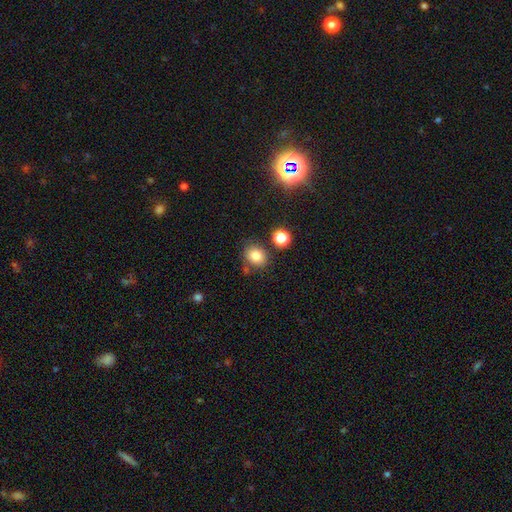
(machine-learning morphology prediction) smooth 81%, star or artifact 12%, featured or disk 7%. Down the decision tree: how rounded — round (61%); merging — none (75%).